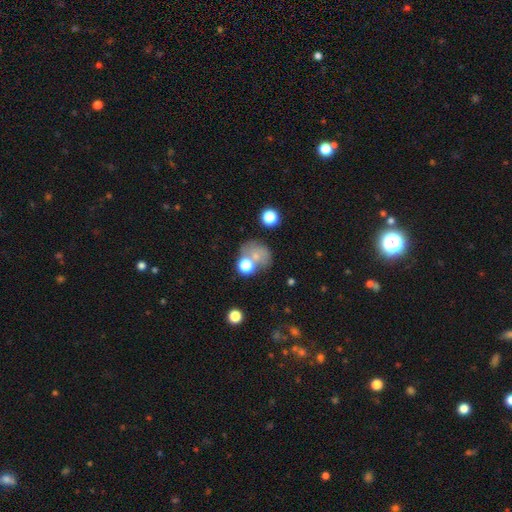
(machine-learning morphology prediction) type=smooth (65%); roundness=round (64%); merging=none (42%).